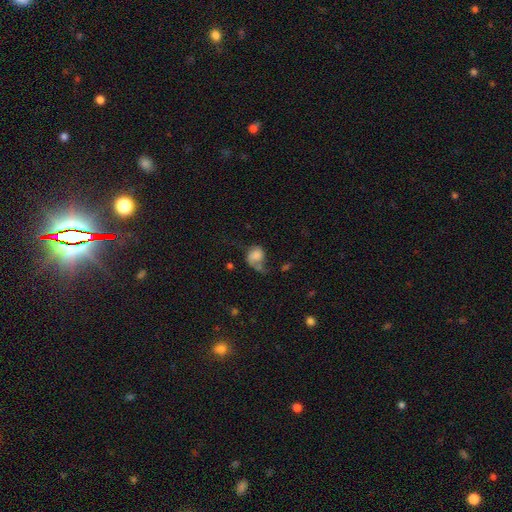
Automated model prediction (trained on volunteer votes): This is possibly a smooth galaxy (55%). How rounded: possibly round (57%). Merging: marginally major disturbance (40%).